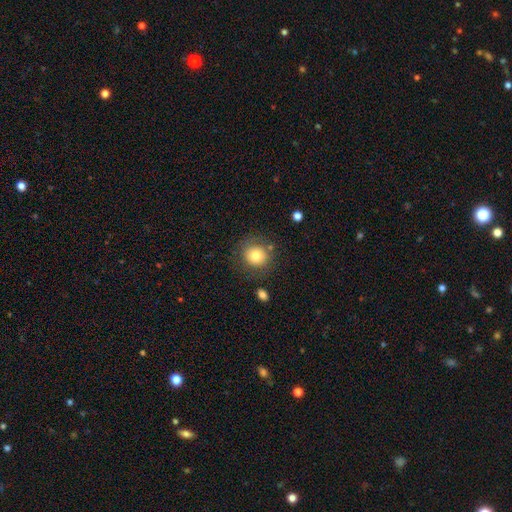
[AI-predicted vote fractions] Q: Smooth or featured?
A: smooth (76%); runner-up: featured or disk (13%)
Q: How rounded?
A: round (89%); runner-up: in between (10%)
Q: Merging?
A: none (79%); runner-up: minor disturbance (12%)